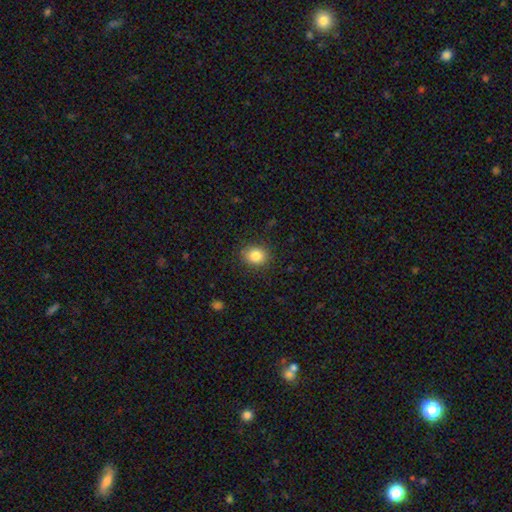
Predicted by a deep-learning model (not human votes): Smooth or featured?
  - smooth: 84% *
  - star or artifact: 10%
  - featured or disk: 6%
How rounded?
  - round: 59% *
  - in between: 41%
  - cigar-shaped: 1%
Merging?
  - none: 87% *
  - minor disturbance: 9%
  - major disturbance: 3%
  - merger: 1%